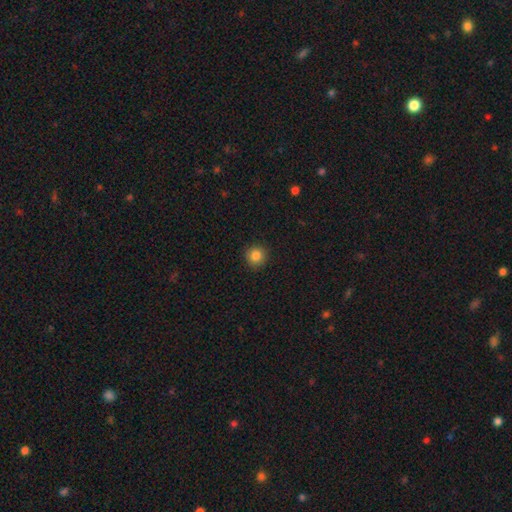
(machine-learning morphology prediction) This appears to be a smooth galaxy with no disk features (84%) that is round (94%). Merging: none (92%).